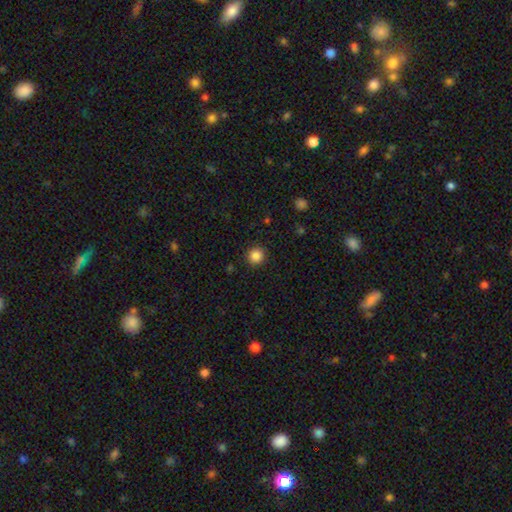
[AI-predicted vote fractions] smooth_or_featured: smooth (p=0.86) [alt: star or artifact p=0.11]
how_rounded: round (p=0.94) [alt: in between p=0.05]
merging: none (p=0.92) [alt: minor disturbance p=0.05]